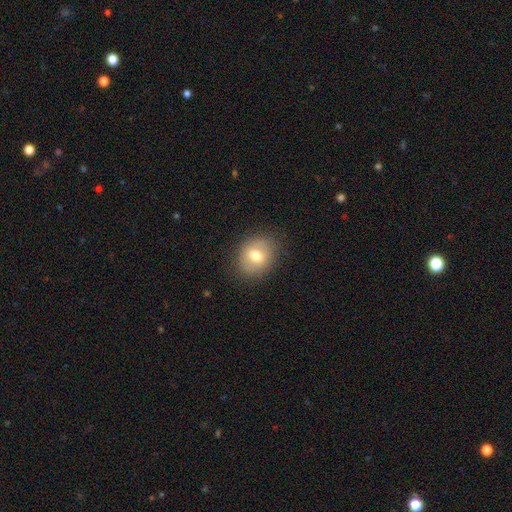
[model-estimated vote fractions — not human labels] Morphology: type=smooth (69%); roundness=round (61%); merging=none (83%).